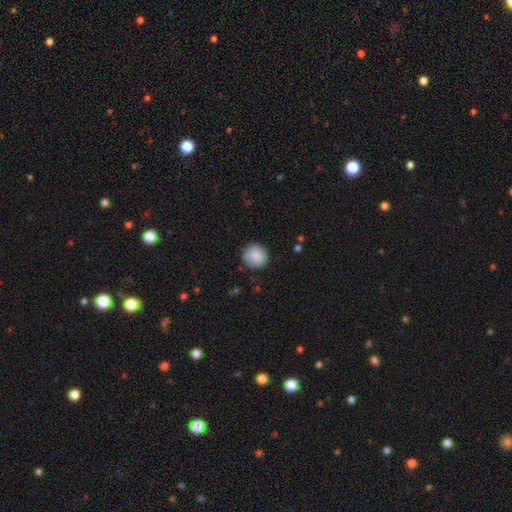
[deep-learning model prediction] A smooth galaxy with no disk features (87%) that is round (92%).

Vote fractions:
- Smooth or featured? smooth: 87% / star or artifact: 7% / featured or disk: 6%
- How rounded? round: 92% / in between: 7% / cigar-shaped: 1%
- Merging? none: 86% / minor disturbance: 10% / major disturbance: 2% / merger: 1%